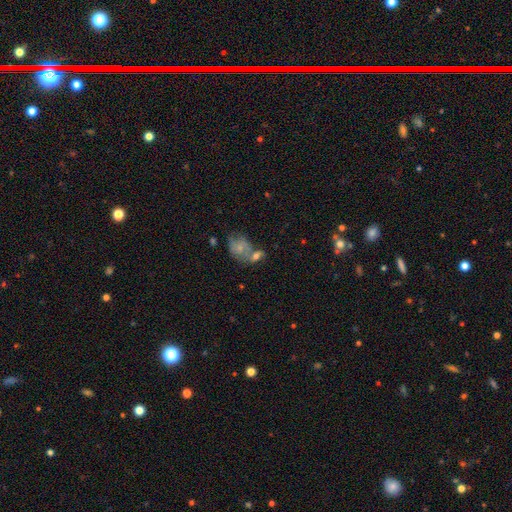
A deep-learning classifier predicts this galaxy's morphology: Smooth or featured? smooth (55%)
How rounded? in between (73%)
Merging? merger (50%)